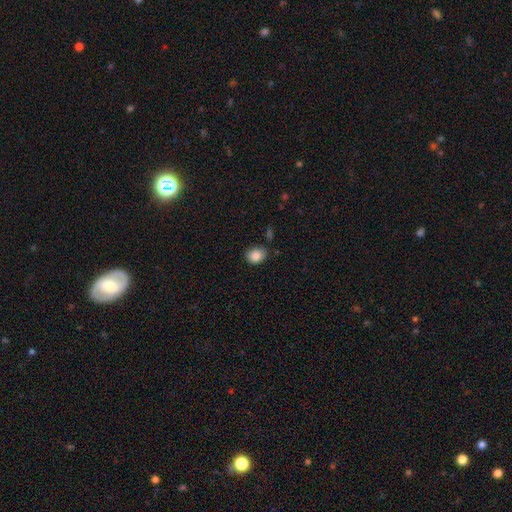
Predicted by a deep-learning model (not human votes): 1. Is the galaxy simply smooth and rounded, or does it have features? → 86% smooth, 9% star or artifact, 5% featured or disk.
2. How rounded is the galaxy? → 57% round, 42% in between, 1% cigar-shaped.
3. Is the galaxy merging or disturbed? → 75% none, 18% minor disturbance, 4% merger, 3% major disturbance.